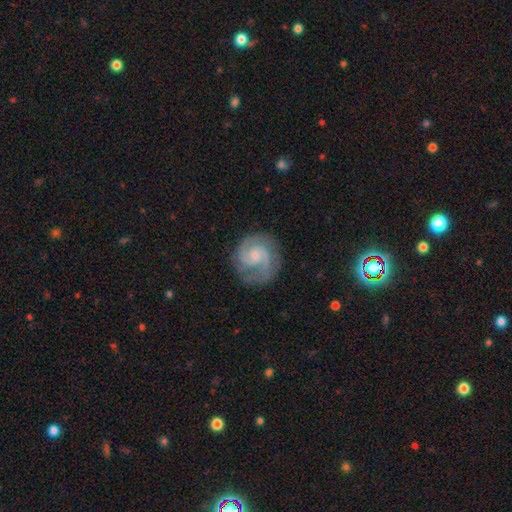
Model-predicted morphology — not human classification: This appears to be a featured or disk galaxy (87%) with no bar (58%), 2 (81%) tight (48%) spiral arms (98%) and a small central bulge (56%). Merging: none (76%).